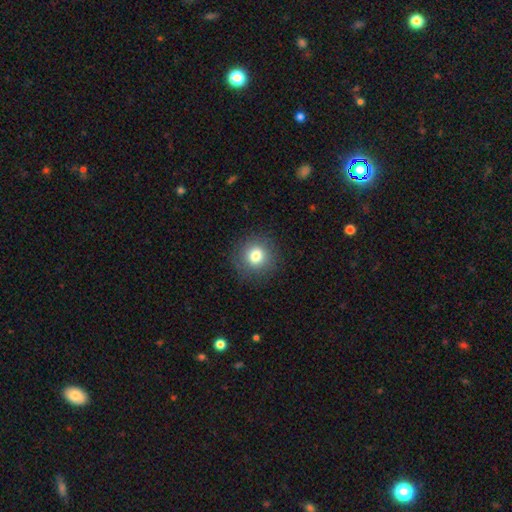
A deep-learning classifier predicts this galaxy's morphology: smooth-or-featured: smooth: 79% | star or artifact: 12% | featured or disk: 9%
  how-rounded: round: 93% | in between: 6% | cigar-shaped: 1%
  merging: none: 89% | minor disturbance: 7% | major disturbance: 3% | merger: 1%